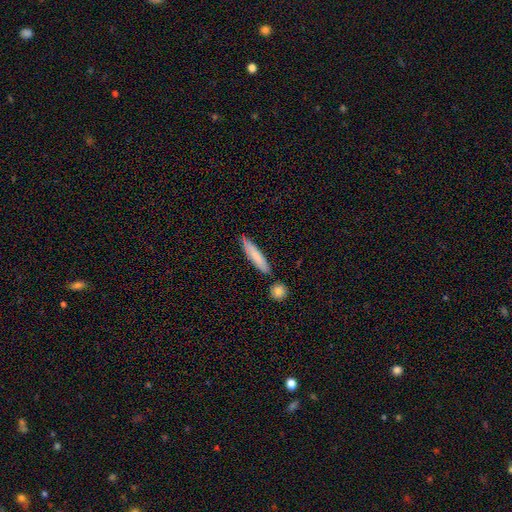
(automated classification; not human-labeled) This appears to be a smooth galaxy with no disk features (78%) that is cigar-shaped (87%). Merging: none (79%).